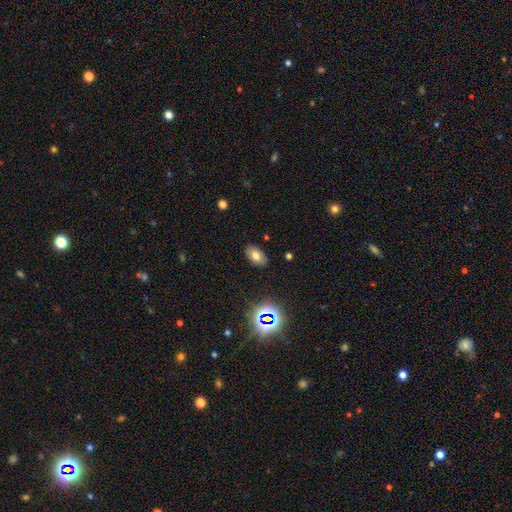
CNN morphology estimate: smooth 70%, star or artifact 16%, featured or disk 15%. Down the decision tree: how rounded — in between (90%); merging — none (86%).